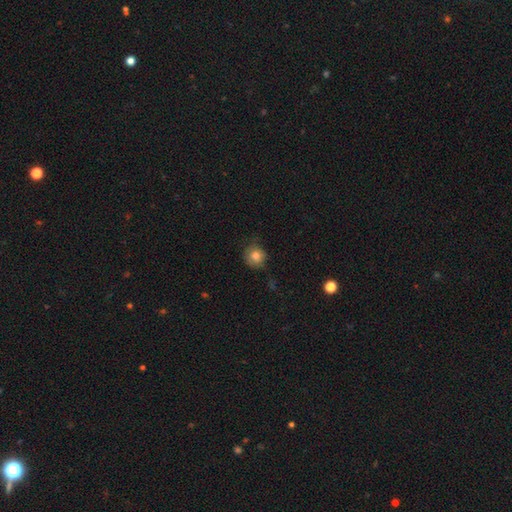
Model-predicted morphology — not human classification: A smooth galaxy with no disk features (79%) that is round (88%).

Vote fractions:
- Smooth or featured? smooth: 79% / featured or disk: 12% / star or artifact: 10%
- How rounded? round: 88% / in between: 11% / cigar-shaped: 1%
- Merging? none: 70% / minor disturbance: 23% / major disturbance: 6% / merger: 1%